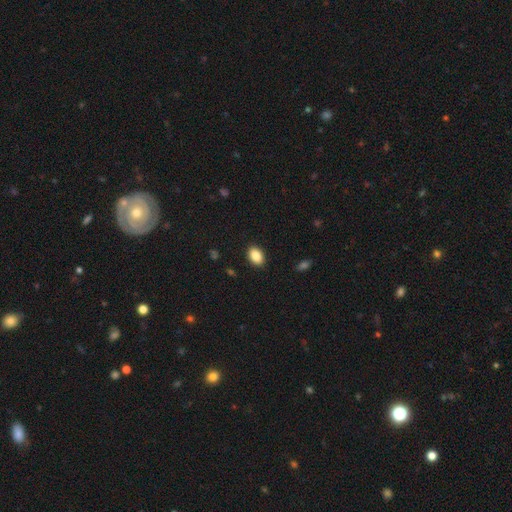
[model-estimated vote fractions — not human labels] A smooth galaxy with no disk features (88%) that is in between round and cigar-shaped (86%).

Vote fractions:
- Smooth or featured? smooth: 88% / star or artifact: 8% / featured or disk: 4%
- How rounded? in between: 86% / round: 13% / cigar-shaped: 1%
- Merging? none: 90% / minor disturbance: 7% / major disturbance: 2% / merger: 1%